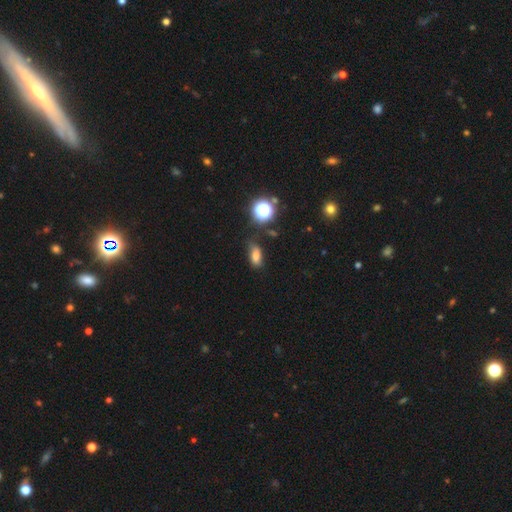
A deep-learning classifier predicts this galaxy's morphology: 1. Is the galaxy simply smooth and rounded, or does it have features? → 72% smooth, 17% star or artifact, 11% featured or disk.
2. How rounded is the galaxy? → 78% in between, 12% round, 11% cigar-shaped.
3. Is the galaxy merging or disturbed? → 69% none, 21% minor disturbance, 6% major disturbance, 4% merger.